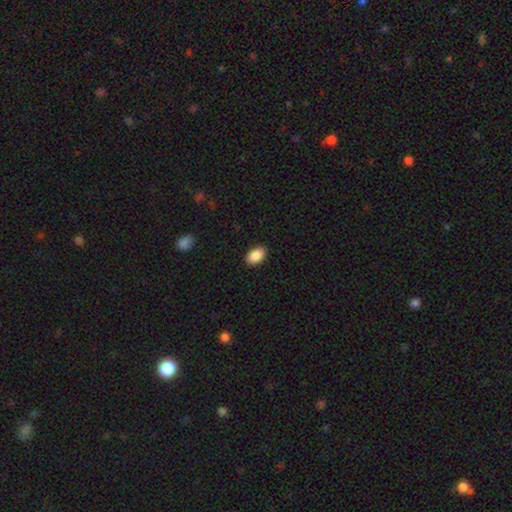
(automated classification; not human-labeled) smooth_or_featured: smooth (p=0.89) [alt: star or artifact p=0.07]
how_rounded: in between (p=0.92) [alt: round p=0.07]
merging: none (p=0.89) [alt: minor disturbance p=0.08]